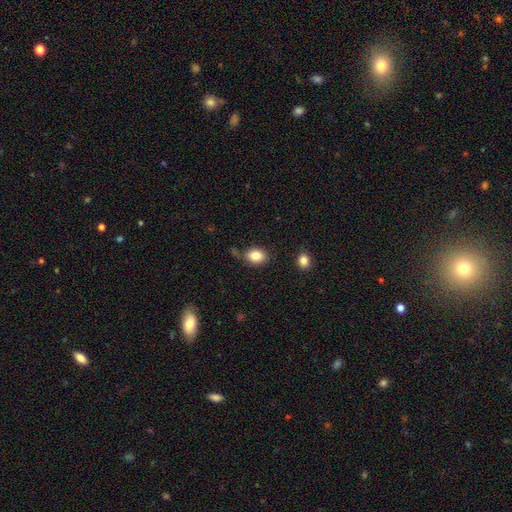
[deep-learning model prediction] Overall: smooth (85%). How rounded: in between (64%; round 35%). Merging: none (76%).